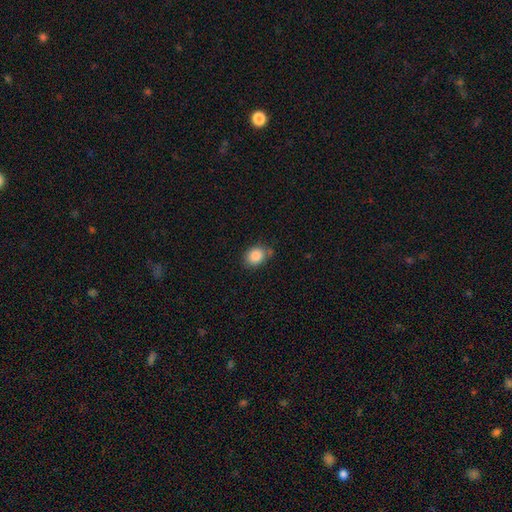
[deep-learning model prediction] Overall: smooth (87%). How rounded: round (50%, tied with in between). Merging: none (69%).